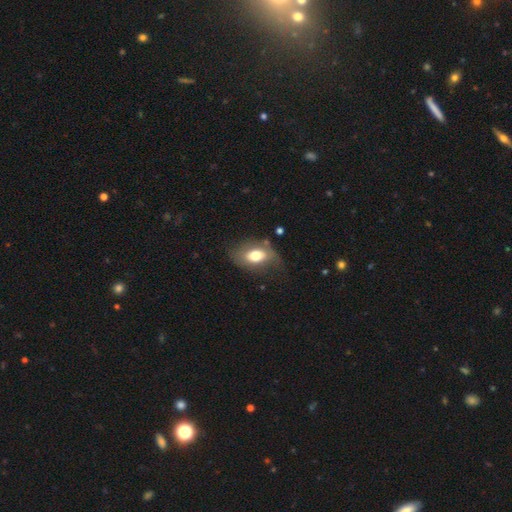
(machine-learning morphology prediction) Q: Smooth or featured?
A: smooth (63%); runner-up: featured or disk (29%)
Q: How rounded?
A: in between (85%); runner-up: round (12%)
Q: Merging?
A: none (53%); runner-up: minor disturbance (27%)